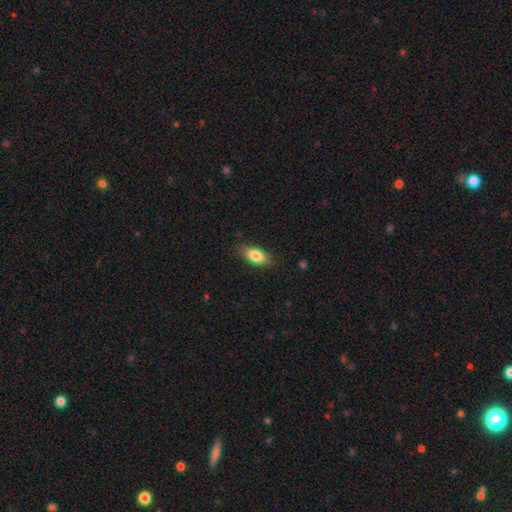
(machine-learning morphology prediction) Overall: smooth (84%). How rounded: in between (88%). Merging: none (83%).